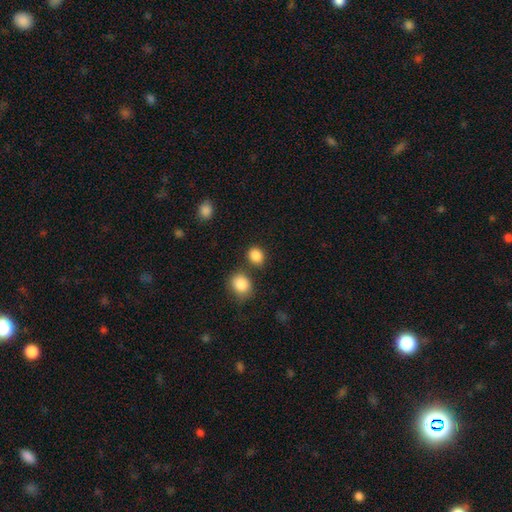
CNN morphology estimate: Q: Smooth or featured?
A: smooth (86%); runner-up: star or artifact (10%)
Q: How rounded?
A: round (67%); runner-up: in between (32%)
Q: Merging?
A: none (73%); runner-up: merger (14%)